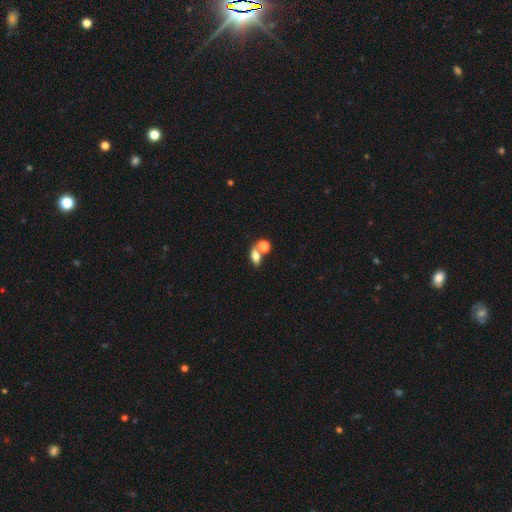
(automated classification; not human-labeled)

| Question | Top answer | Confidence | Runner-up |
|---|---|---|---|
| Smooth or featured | smooth | 75% | featured or disk (13%) |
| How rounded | in between | 76% | round (19%) |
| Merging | none | 46% | merger (39%) |